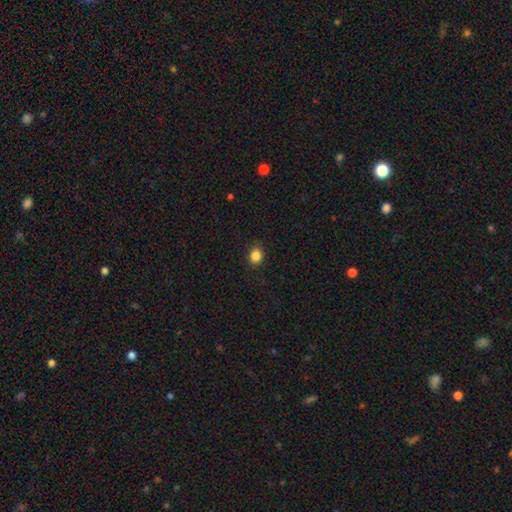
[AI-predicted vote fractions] Smooth or featured? Predicted: smooth (p=0.86). How rounded? Predicted: round (p=0.66). Merging? Predicted: none (p=0.90).